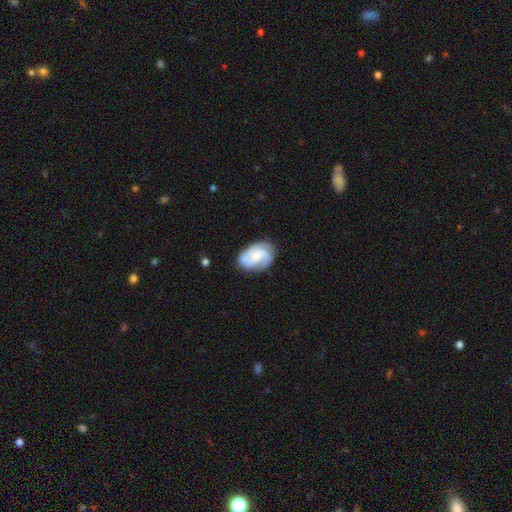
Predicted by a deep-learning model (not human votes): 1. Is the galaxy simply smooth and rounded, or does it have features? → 72% featured or disk, 22% smooth, 6% star or artifact.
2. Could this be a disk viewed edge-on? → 98% no, 2% yes.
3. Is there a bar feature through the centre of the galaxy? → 64% no, 31% weak, 5% strong.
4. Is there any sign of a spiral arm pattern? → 94% yes, 6% no.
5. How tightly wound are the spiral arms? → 45% medium, 38% tight, 17% loose.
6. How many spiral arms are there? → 48% 3, 23% 2, 15% can't tell, 8% 4, 4% 1, 3% more than 4.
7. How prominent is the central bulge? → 46% small, 43% moderate, 5% none, 4% large, 1% dominant.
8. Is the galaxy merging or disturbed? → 71% none, 20% minor disturbance, 7% major disturbance, 2% merger.